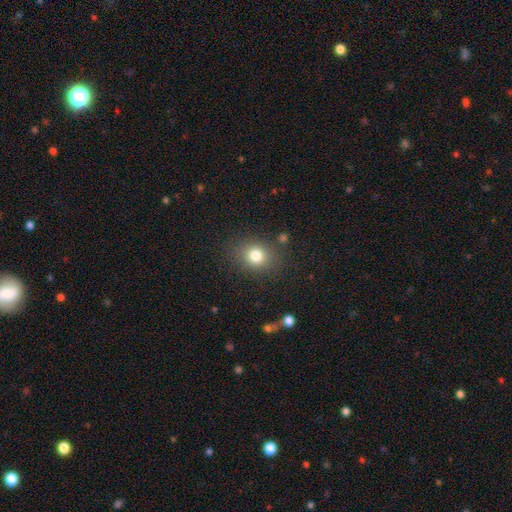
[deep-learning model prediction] smooth-or-featured: smooth: 79% | star or artifact: 13% | featured or disk: 9%
  how-rounded: round: 64% | in between: 35% | cigar-shaped: 1%
  merging: none: 82% | minor disturbance: 11% | major disturbance: 4% | merger: 3%